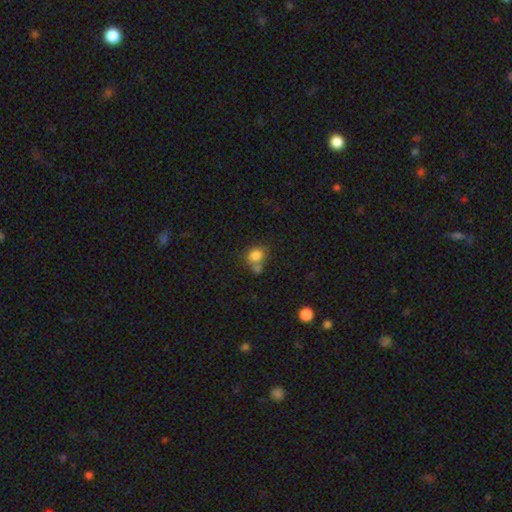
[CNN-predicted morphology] smooth_or_featured: smooth (p=0.82) [alt: star or artifact p=0.10]
how_rounded: round (p=0.70) [alt: in between p=0.29]
merging: none (p=0.49) [alt: merger p=0.34]